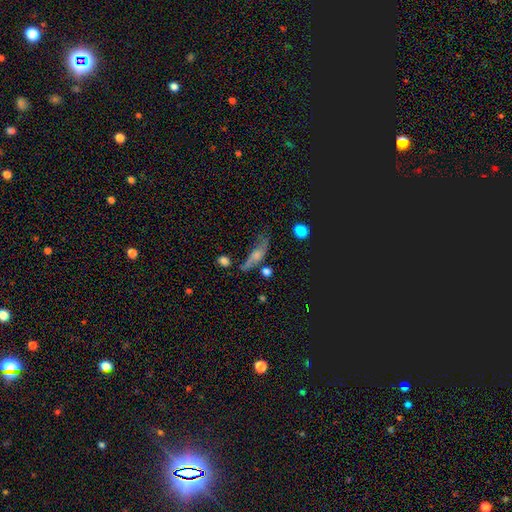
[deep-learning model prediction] The model was most divided on "smooth or featured": smooth: 48%, featured or disk: 39%, star or artifact: 14%. Remaining: merging — none (39%).